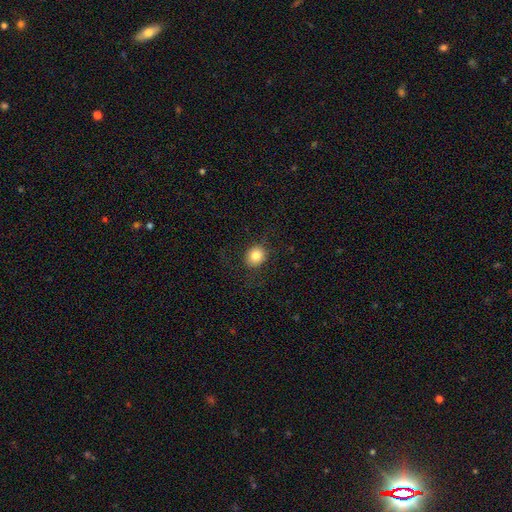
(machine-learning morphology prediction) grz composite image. It shows a smooth galaxy with no disk features (82%) that is round (76%). Merging: none (85%).